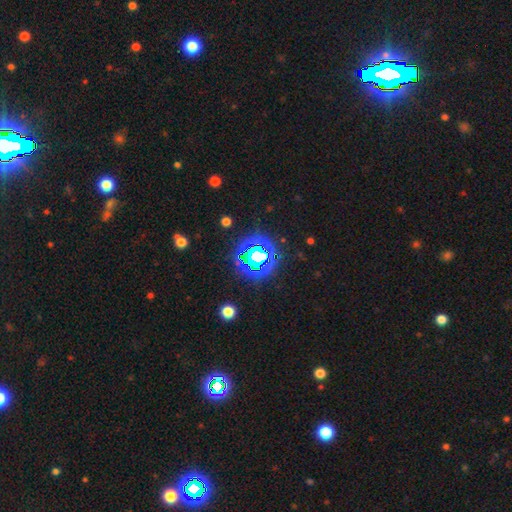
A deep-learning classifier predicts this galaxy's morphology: A star or artifact, not a galaxy (76%).